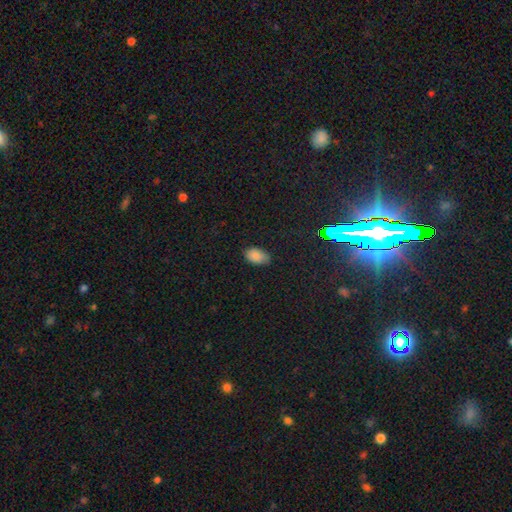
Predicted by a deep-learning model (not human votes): Morphology: type=smooth (85%); roundness=in between (92%); merging=none (75%).